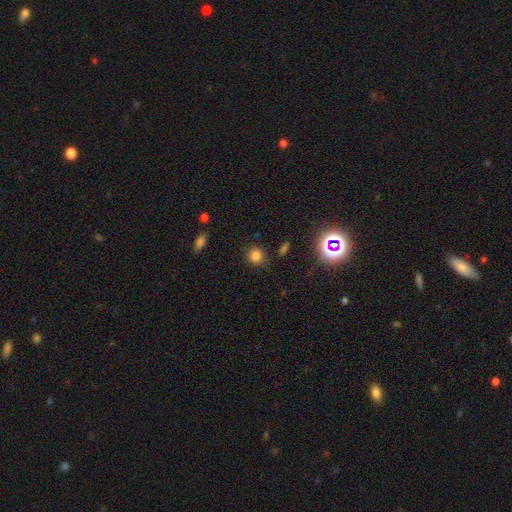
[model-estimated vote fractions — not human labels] Morphology: type=smooth (78%); roundness=round (85%); merging=none (86%).